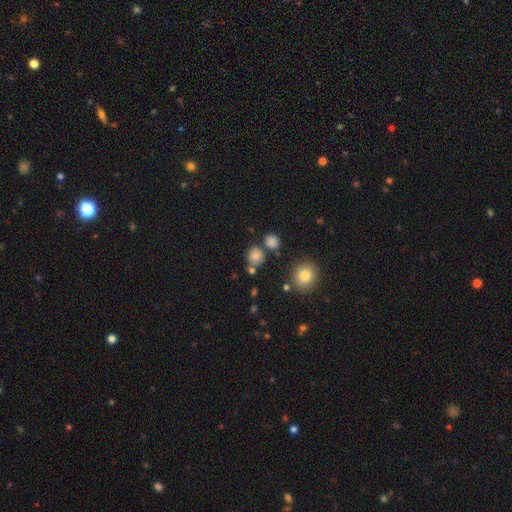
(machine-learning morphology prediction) type=smooth (79%); roundness=round (81%); merging=none (72%).